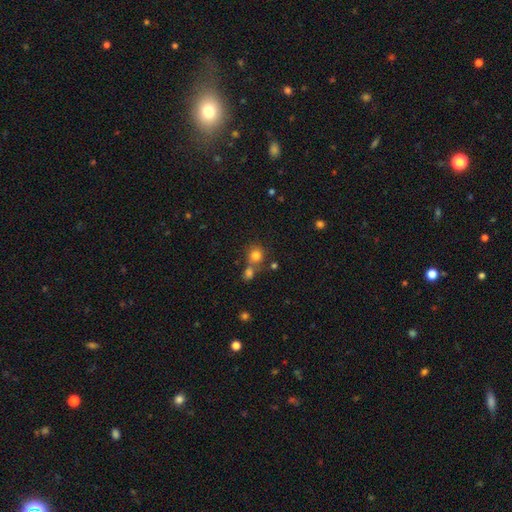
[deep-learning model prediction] This appears to be a smooth galaxy with no disk features (79%) that is round (86%). Merging: none (56%).